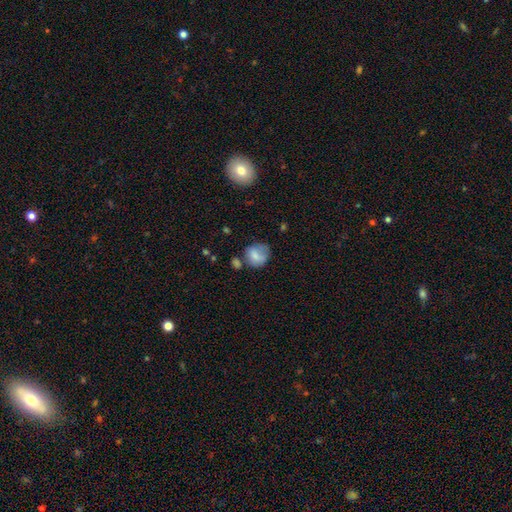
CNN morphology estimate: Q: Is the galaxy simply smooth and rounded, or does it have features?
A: smooth — 71%.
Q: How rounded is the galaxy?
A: round — 67%.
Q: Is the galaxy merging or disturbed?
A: none — 50%.